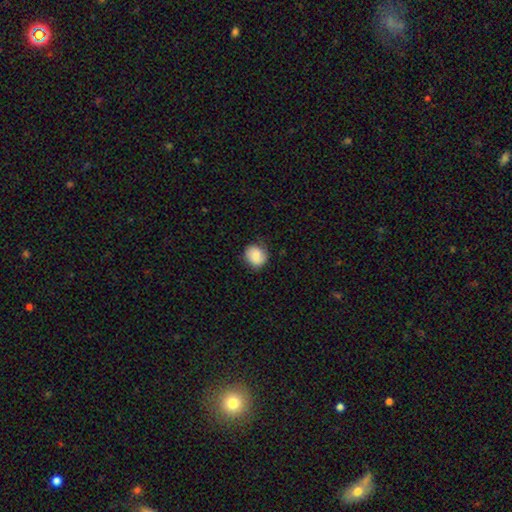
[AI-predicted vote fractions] The model was most divided on "merging": none: 78%, minor disturbance: 17%, major disturbance: 4%, merger: 1%. More confident: how rounded — round (80%); smooth or featured — smooth (79%).